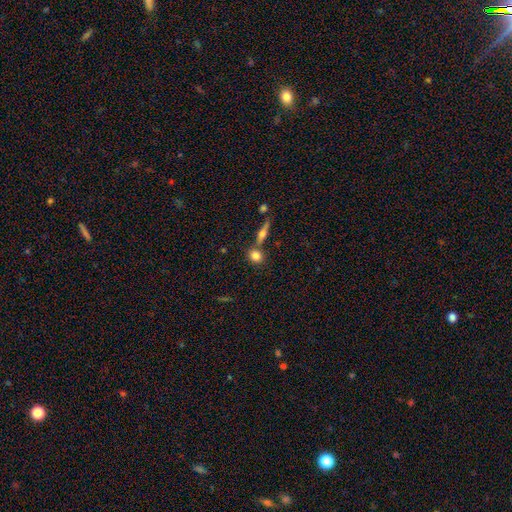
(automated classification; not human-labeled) Smooth or featured? Predicted: smooth (p=0.79). How rounded? Predicted: round (p=0.66). Merging? Predicted: none (p=0.63).